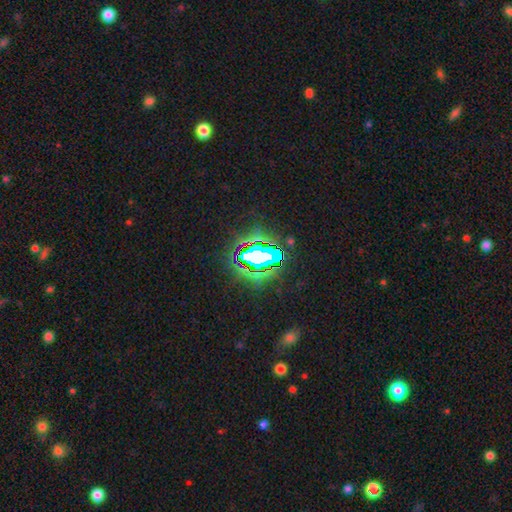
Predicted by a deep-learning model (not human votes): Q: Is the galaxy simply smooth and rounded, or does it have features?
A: star or artifact — 70%.